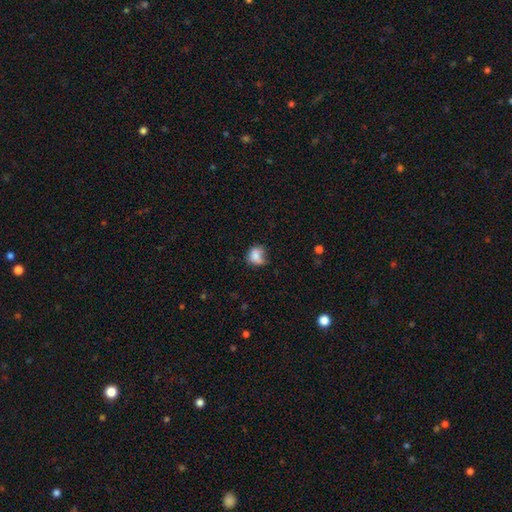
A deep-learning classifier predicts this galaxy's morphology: Smooth or featured?
  - smooth: 77% *
  - featured or disk: 12%
  - star or artifact: 10%
How rounded?
  - round: 59% *
  - in between: 39%
  - cigar-shaped: 1%
Merging?
  - none: 40% *
  - minor disturbance: 35%
  - major disturbance: 17%
  - merger: 9%